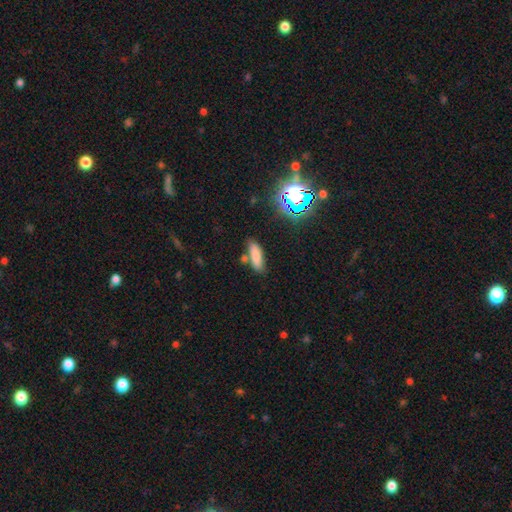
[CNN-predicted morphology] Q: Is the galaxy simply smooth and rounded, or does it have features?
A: smooth — 76%.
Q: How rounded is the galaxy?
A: in between — 56%.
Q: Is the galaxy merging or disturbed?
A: none — 70%.